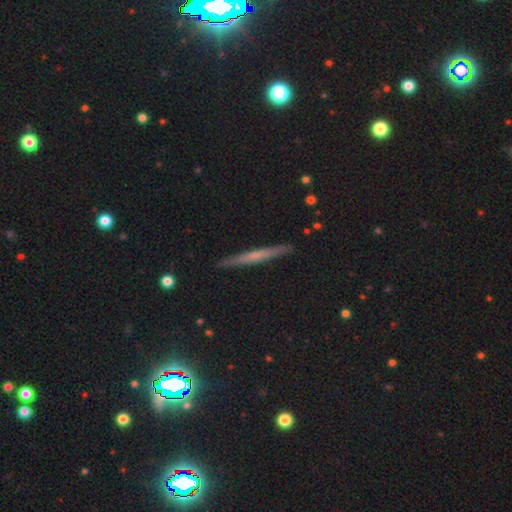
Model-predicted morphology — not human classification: featured or disk 51%, smooth 41%, star or artifact 8%. Down the decision tree: edge-on disk — yes (97%); merging — none (91%).